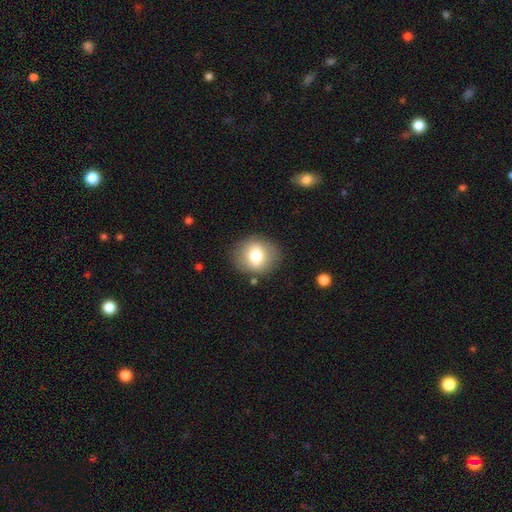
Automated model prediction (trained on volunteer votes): The model was most divided on "how rounded": round: 71%, in between: 28%, cigar-shaped: 1%. More confident: merging — none (85%); smooth or featured — smooth (74%).